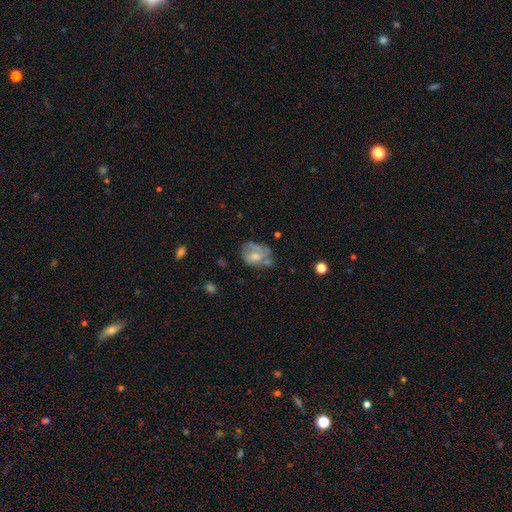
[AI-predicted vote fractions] A featured or disk galaxy (48%).

Vote fractions:
- Smooth or featured? featured or disk: 48% / smooth: 44% / star or artifact: 8%
- Merging? none: 43% / minor disturbance: 29% / major disturbance: 20% / merger: 9%